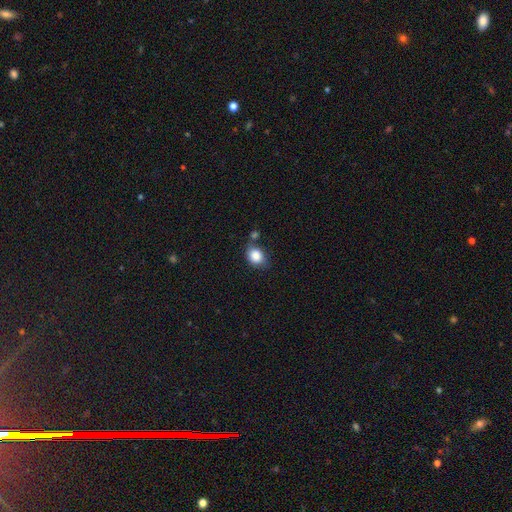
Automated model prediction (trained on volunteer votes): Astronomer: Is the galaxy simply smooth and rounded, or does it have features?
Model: smooth — 86%.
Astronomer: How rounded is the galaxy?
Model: round — 52% (runner-up: in between, 47%).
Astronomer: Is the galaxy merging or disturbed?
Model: none — 57%.